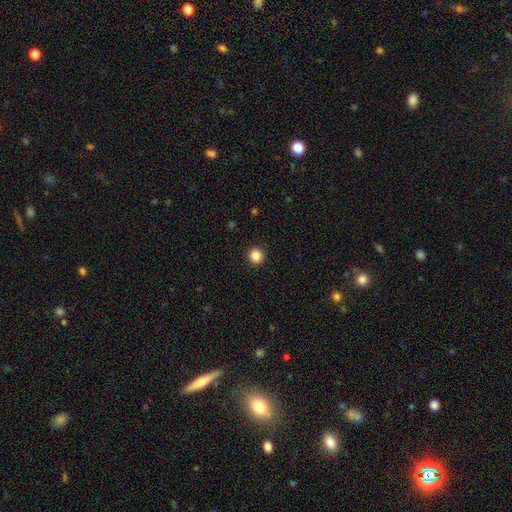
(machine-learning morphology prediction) The model was most divided on "smooth or featured": smooth: 86%, star or artifact: 11%, featured or disk: 3%. More confident: how rounded — round (95%); merging — none (93%).